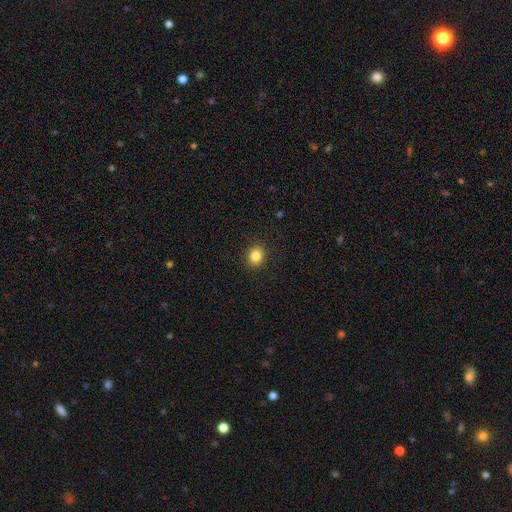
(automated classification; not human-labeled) Smooth or featured? Predicted: smooth (p=0.84). How rounded? Predicted: round (p=0.79). Merging? Predicted: none (p=0.91).